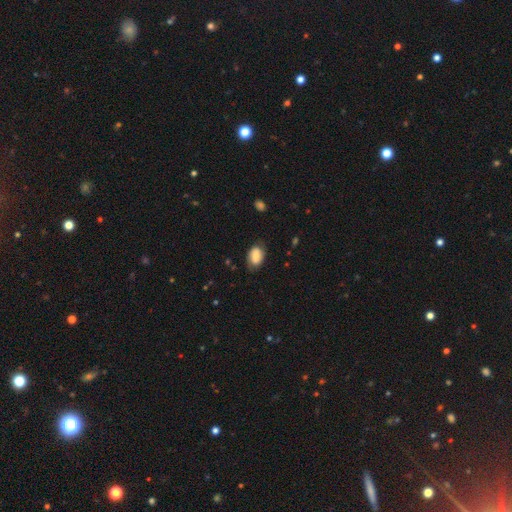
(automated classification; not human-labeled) Q: Smooth or featured?
A: smooth (78%); runner-up: featured or disk (14%)
Q: How rounded?
A: in between (87%); runner-up: round (12%)
Q: Merging?
A: none (72%); runner-up: minor disturbance (21%)